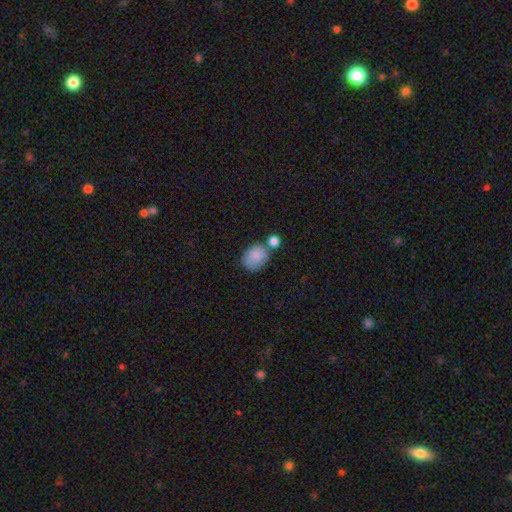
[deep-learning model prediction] smooth 84%, featured or disk 9%, star or artifact 8%. Down the decision tree: how rounded — in between (65%); merging — none (52%).